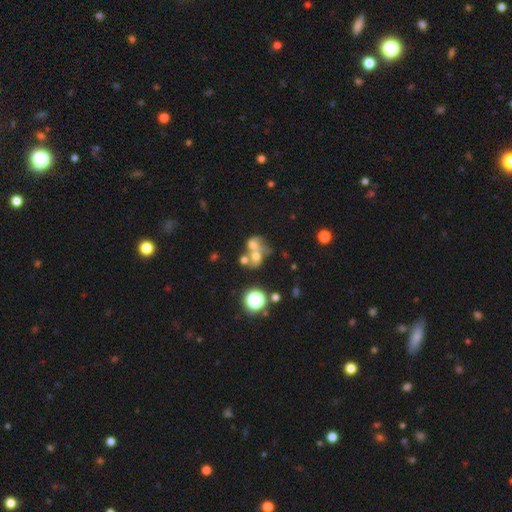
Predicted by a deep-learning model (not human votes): Overall: smooth (50%; featured or disk 30%). How rounded: round (57%; in between 41%). Merging: merger (60%; none 22%).